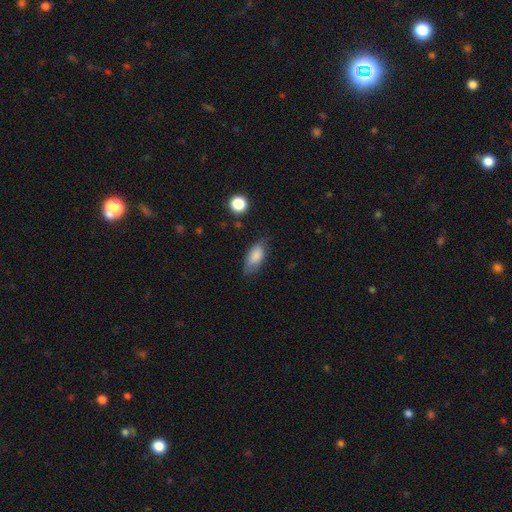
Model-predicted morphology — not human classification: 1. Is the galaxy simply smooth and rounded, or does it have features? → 82% smooth, 11% featured or disk, 7% star or artifact.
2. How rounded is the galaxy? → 86% in between, 11% cigar-shaped, 3% round.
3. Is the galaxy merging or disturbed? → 66% none, 26% minor disturbance, 7% major disturbance, 2% merger.